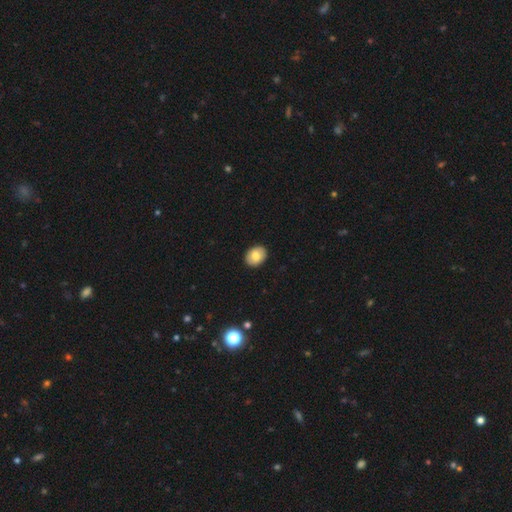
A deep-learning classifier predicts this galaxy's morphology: smooth_or_featured: smooth (p=0.78) [alt: featured or disk p=0.14]
how_rounded: in between (p=0.63) [alt: round p=0.36]
merging: none (p=0.91) [alt: minor disturbance p=0.06]